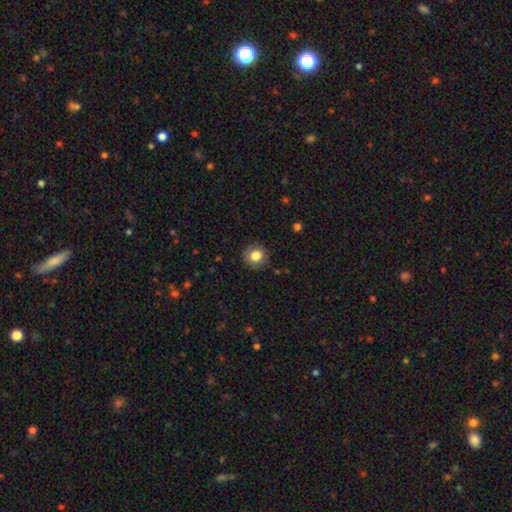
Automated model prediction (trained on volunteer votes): A smooth galaxy with no disk features (83%) that is round (85%).

Vote fractions:
- Smooth or featured? smooth: 83% / star or artifact: 10% / featured or disk: 7%
- How rounded? round: 85% / in between: 14% / cigar-shaped: 1%
- Merging? none: 88% / minor disturbance: 9% / major disturbance: 2% / merger: 1%